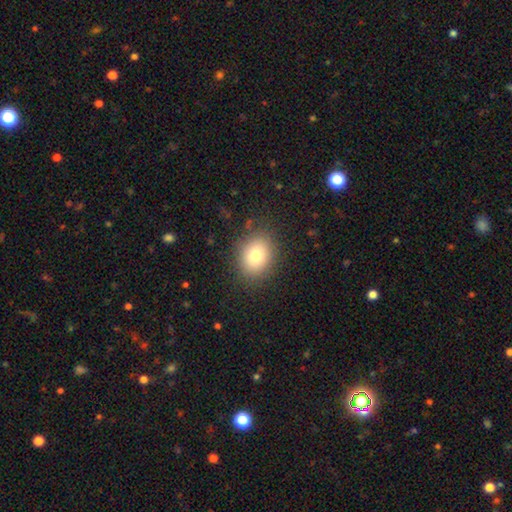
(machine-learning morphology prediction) A smooth galaxy with no disk features (80%) that is in between round and cigar-shaped (51%). Merging: none (85%).